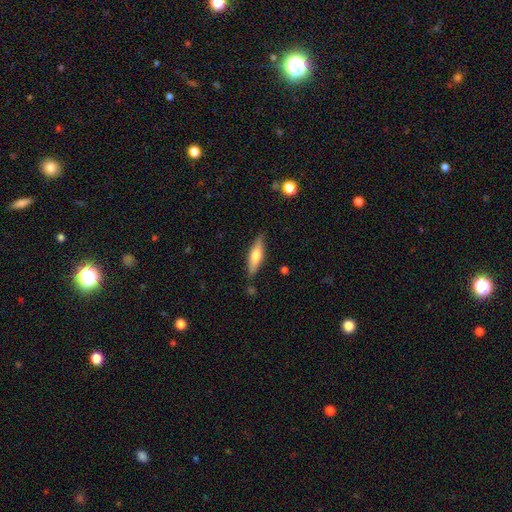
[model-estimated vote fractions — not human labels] This is likely a smooth galaxy (63%). How rounded: likely cigar-shaped (62%). Merging: clearly none (81%).